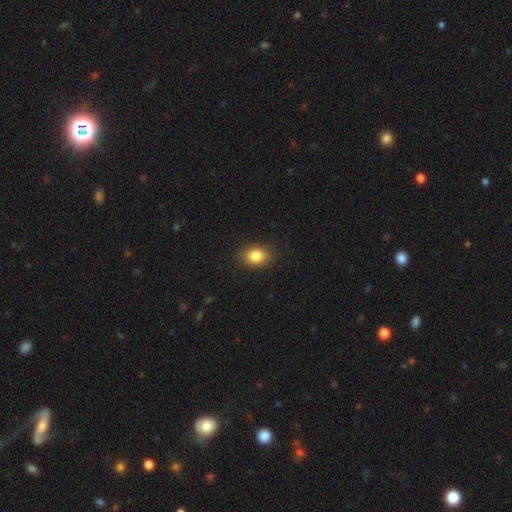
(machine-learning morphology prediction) Smooth or featured? smooth (84%)
How rounded? in between (63%)
Merging? none (88%)